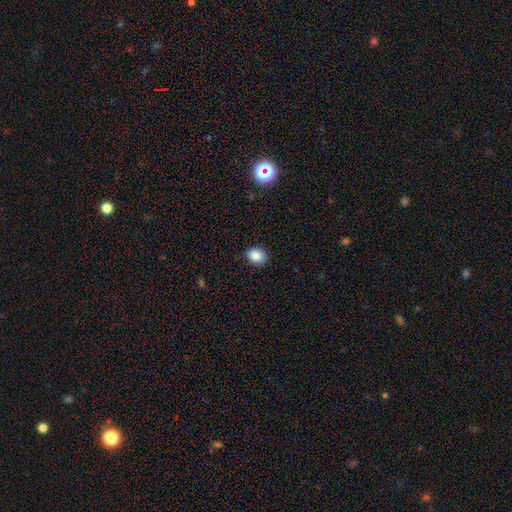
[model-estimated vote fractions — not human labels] This is clearly a smooth galaxy (87%). How rounded: possibly in between (56%). Merging: clearly none (85%).